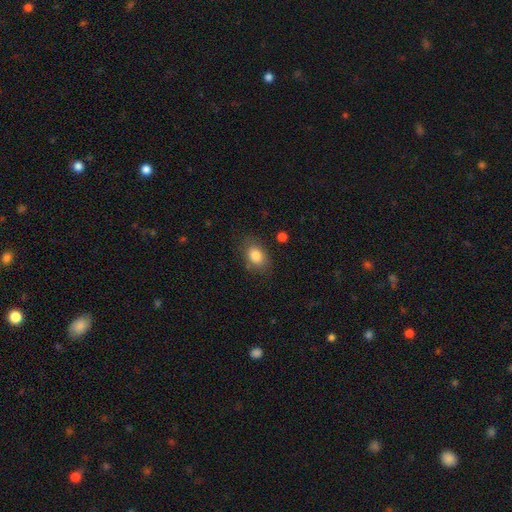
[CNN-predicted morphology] Smooth or featured? smooth (83%)
How rounded? in between (79%)
Merging? none (78%)